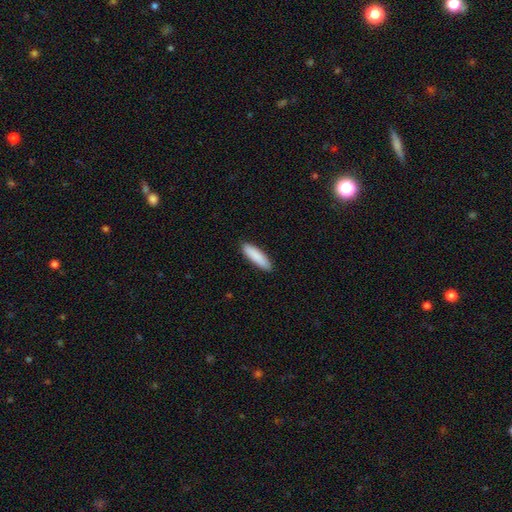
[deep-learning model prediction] Smooth or featured: smooth — 89% (featured or disk — 6%)
How rounded: cigar-shaped — 62% (in between — 36%)
Merging: none — 90% (minor disturbance — 8%)